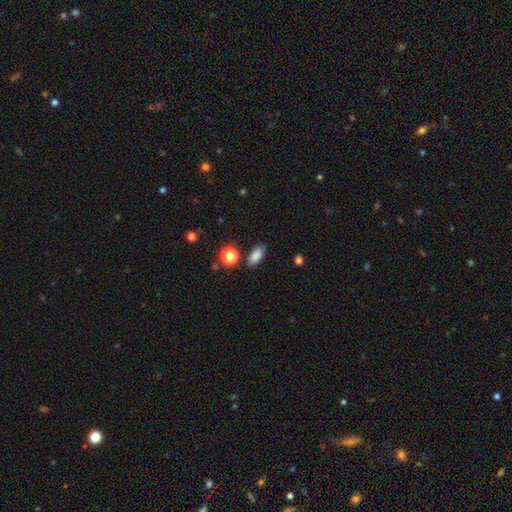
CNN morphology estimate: The model was most divided on "merging": none: 83%, minor disturbance: 11%, merger: 3%, major disturbance: 3%. More confident: how rounded — in between (86%); smooth or featured — smooth (85%).